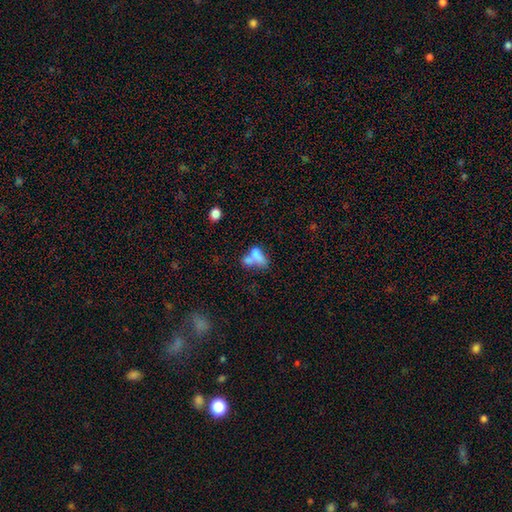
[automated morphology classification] A smooth galaxy with no disk features (64%) that is in between round and cigar-shaped (77%).

Vote fractions:
- Smooth or featured? smooth: 64% / featured or disk: 25% / star or artifact: 11%
- How rounded? in between: 77% / round: 13% / cigar-shaped: 10%
- Merging? merger: 55% / none: 21% / major disturbance: 13% / minor disturbance: 11%